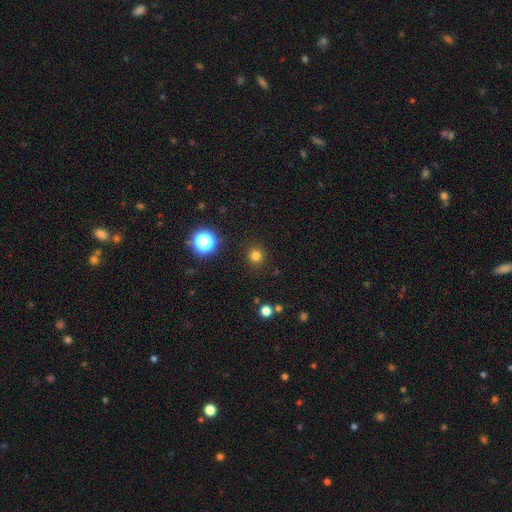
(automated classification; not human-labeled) smooth-or-featured: smooth: 78% | star or artifact: 17% | featured or disk: 5%
  how-rounded: round: 95% | in between: 5% | cigar-shaped: 1%
  merging: none: 91% | minor disturbance: 5% | major disturbance: 2% | merger: 1%